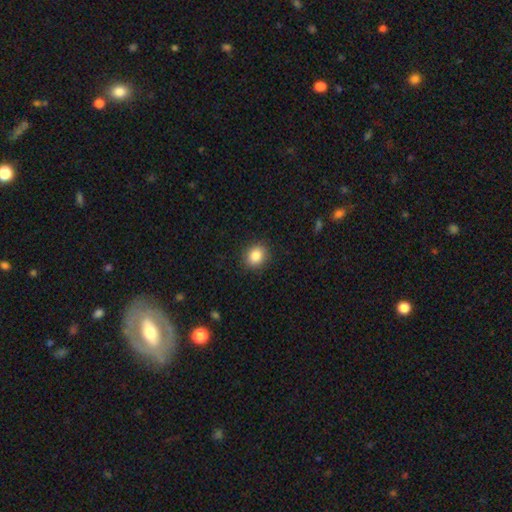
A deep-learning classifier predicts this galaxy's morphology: Smooth or featured? smooth (86%)
How rounded? round (72%)
Merging? none (90%)